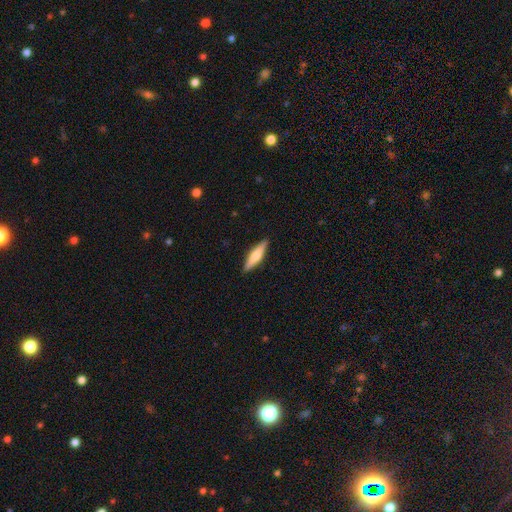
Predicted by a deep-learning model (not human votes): Smooth or featured? smooth (57%)
How rounded? cigar-shaped (75%)
Merging? none (90%)